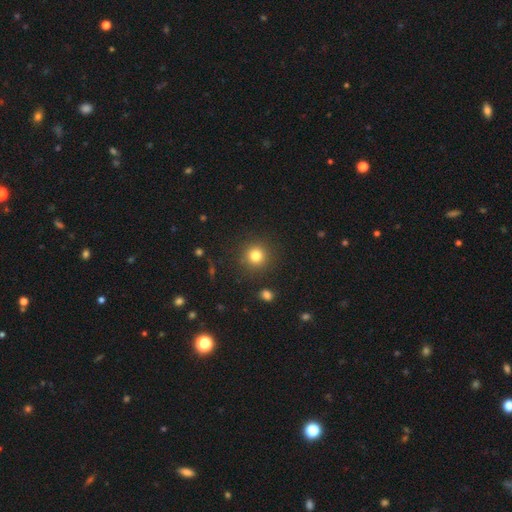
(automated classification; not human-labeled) This is clearly a smooth galaxy (80%). How rounded: clearly round (94%). Merging: clearly none (90%).